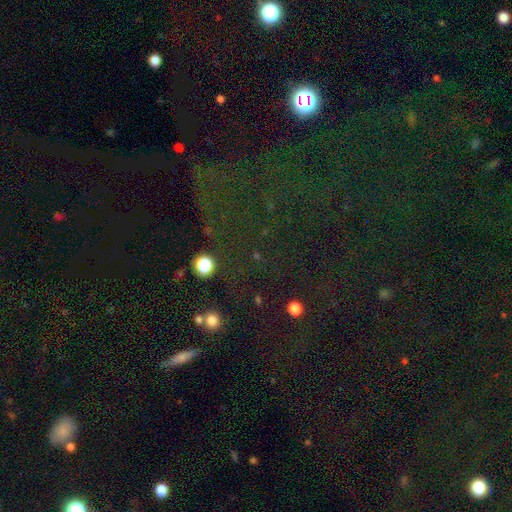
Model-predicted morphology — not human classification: A star or artifact, not a galaxy (67%).

Vote fractions:
- Smooth or featured? star or artifact: 67% / smooth: 21% / featured or disk: 13%